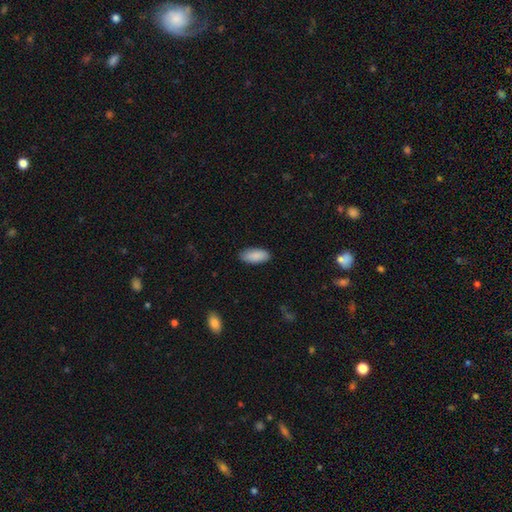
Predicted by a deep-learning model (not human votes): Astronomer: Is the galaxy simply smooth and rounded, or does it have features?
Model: smooth — 90%.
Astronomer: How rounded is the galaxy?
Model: in between — 88%.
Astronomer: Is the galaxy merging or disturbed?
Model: none — 87%.